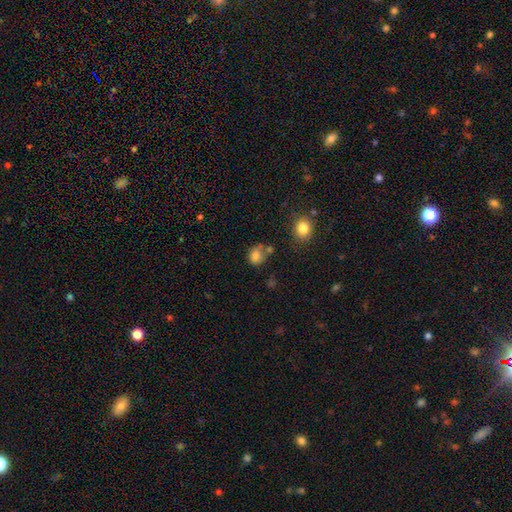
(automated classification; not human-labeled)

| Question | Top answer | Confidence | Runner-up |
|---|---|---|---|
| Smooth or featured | smooth | 80% | star or artifact (11%) |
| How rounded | round | 72% | in between (27%) |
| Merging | none | 57% | minor disturbance (18%) |